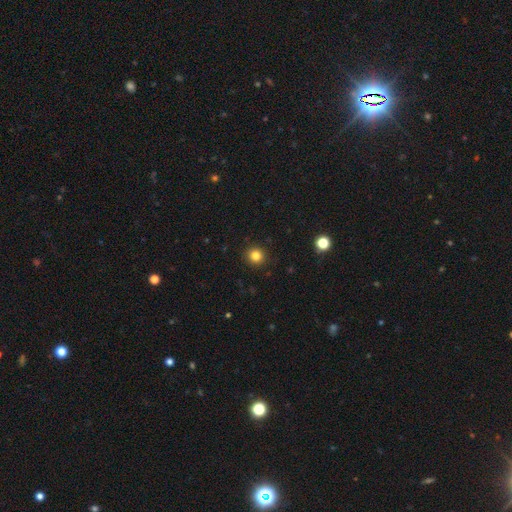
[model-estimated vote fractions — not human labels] This appears to be a smooth galaxy with no disk features (82%) that is round (93%). Merging: none (92%).